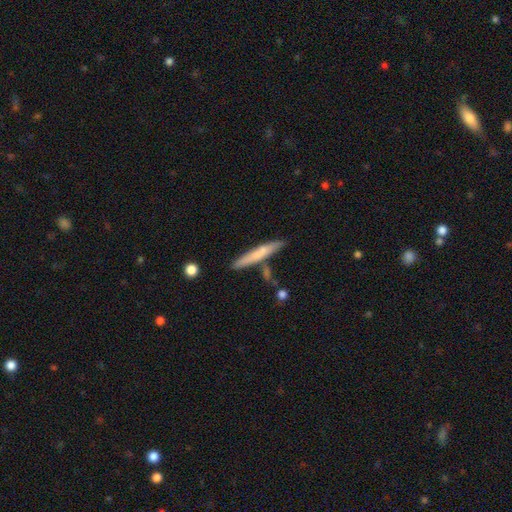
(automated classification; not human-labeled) Morphology: type=smooth (59%); roundness=cigar-shaped (94%); merging=none (78%).